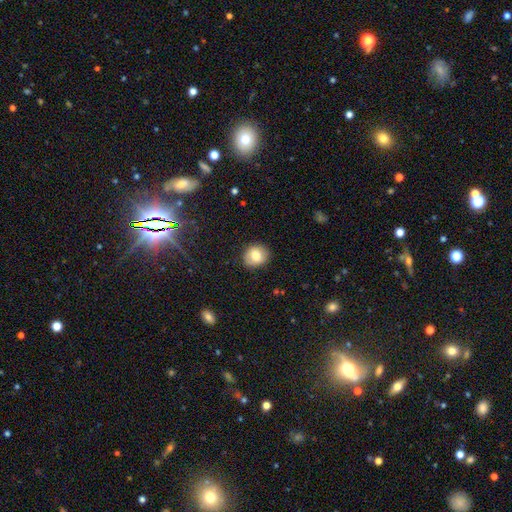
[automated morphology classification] Smooth or featured?
  - smooth: 78% *
  - featured or disk: 13%
  - star or artifact: 9%
How rounded?
  - round: 69% *
  - in between: 30%
  - cigar-shaped: 1%
Merging?
  - none: 87% *
  - minor disturbance: 10%
  - major disturbance: 2%
  - merger: 1%